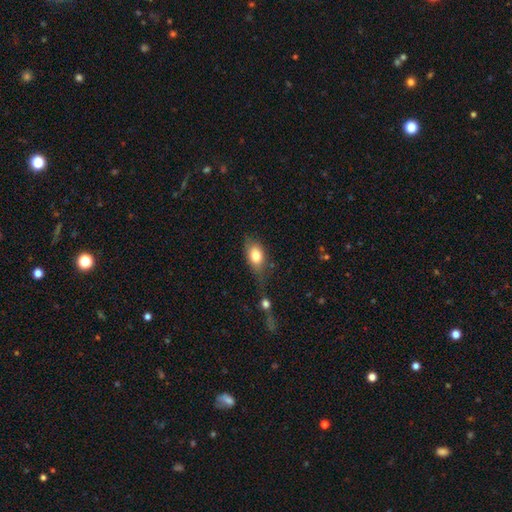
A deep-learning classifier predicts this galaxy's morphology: Smooth or featured: smooth — 78% (featured or disk — 14%)
How rounded: in between — 82% (round — 13%)
Merging: none — 47% (minor disturbance — 26%)